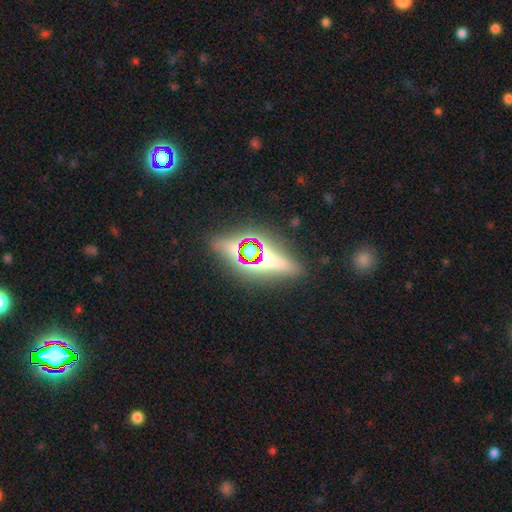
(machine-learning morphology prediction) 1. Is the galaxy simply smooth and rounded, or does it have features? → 51% star or artifact, 29% smooth, 20% featured or disk.